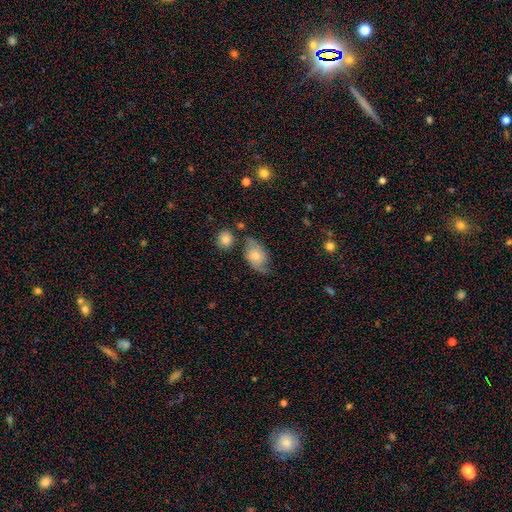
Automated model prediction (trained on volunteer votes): Smooth or featured: smooth — 53% (featured or disk — 39%)
How rounded: in between — 82% (round — 16%)
Merging: none — 57% (minor disturbance — 27%)